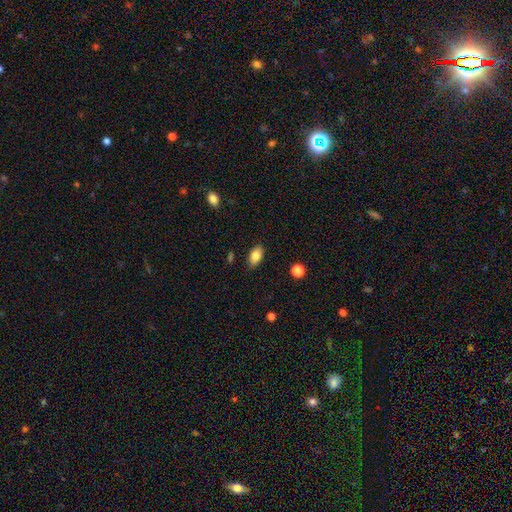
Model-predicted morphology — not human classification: A smooth galaxy with no disk features (82%) that is in between round and cigar-shaped (90%).

Vote fractions:
- Smooth or featured? smooth: 82% / featured or disk: 9% / star or artifact: 8%
- How rounded? in between: 90% / round: 6% / cigar-shaped: 3%
- Merging? none: 84% / minor disturbance: 12% / major disturbance: 2% / merger: 1%